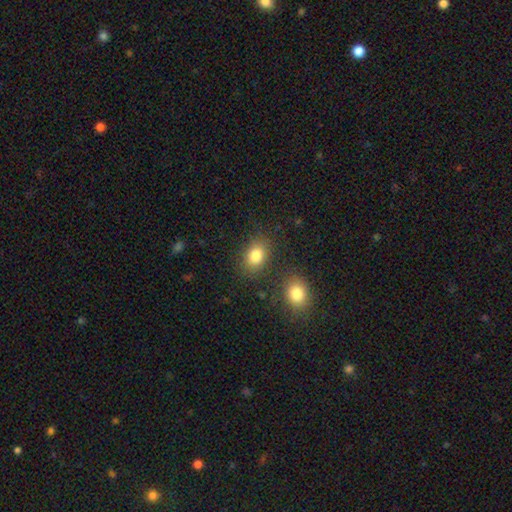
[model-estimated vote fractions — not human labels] A smooth galaxy with no disk features (83%) that is in between round and cigar-shaped (68%).

Vote fractions:
- Smooth or featured? smooth: 83% / star or artifact: 10% / featured or disk: 7%
- How rounded? in between: 68% / round: 31% / cigar-shaped: 1%
- Merging? none: 79% / minor disturbance: 11% / merger: 7% / major disturbance: 4%